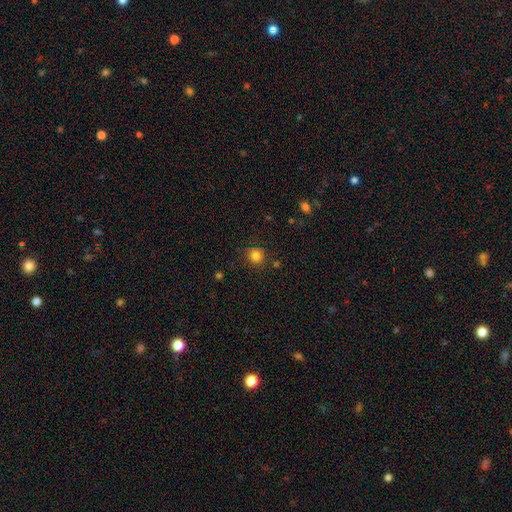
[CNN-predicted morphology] Q: Smooth or featured?
A: smooth (83%); runner-up: star or artifact (12%)
Q: How rounded?
A: round (89%); runner-up: in between (10%)
Q: Merging?
A: none (84%); runner-up: minor disturbance (10%)